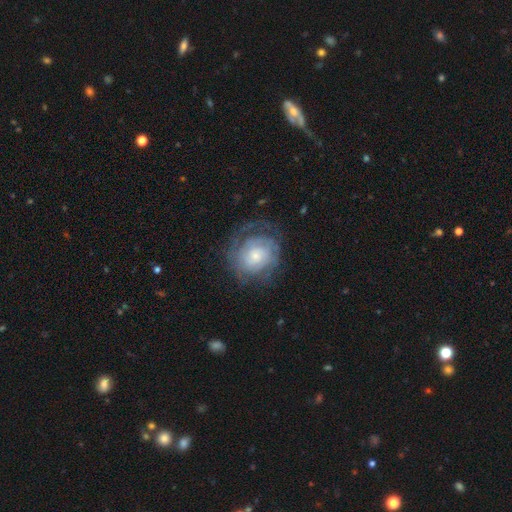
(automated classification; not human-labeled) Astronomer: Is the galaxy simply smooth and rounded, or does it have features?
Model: featured or disk — 69%.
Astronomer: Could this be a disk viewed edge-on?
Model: no — 98%.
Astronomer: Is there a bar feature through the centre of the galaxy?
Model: no — 75%.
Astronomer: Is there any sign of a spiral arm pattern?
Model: yes — 85%.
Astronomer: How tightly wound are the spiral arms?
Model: tight — 65%.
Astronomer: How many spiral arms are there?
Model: can't tell — 48% (runner-up: 2, 25%).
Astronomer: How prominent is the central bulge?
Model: small — 65%.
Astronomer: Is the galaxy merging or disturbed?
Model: none — 62%.